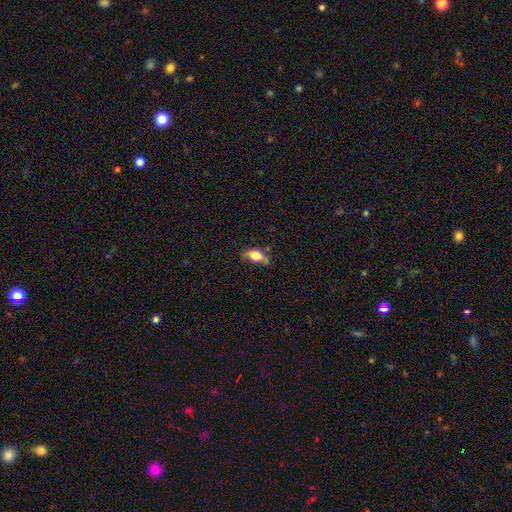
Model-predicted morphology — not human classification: Smooth or featured? Predicted: smooth (p=0.70). How rounded? Predicted: in between (p=0.84). Merging? Predicted: none (p=0.40).